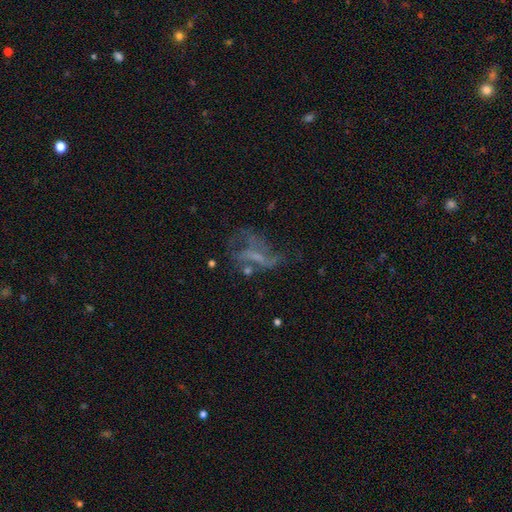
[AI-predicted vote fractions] This appears to be a featured or disk galaxy (58%) with no bar (56%), no spiral arms (62%) and no central bulge (62%). Merging: major disturbance (41%).